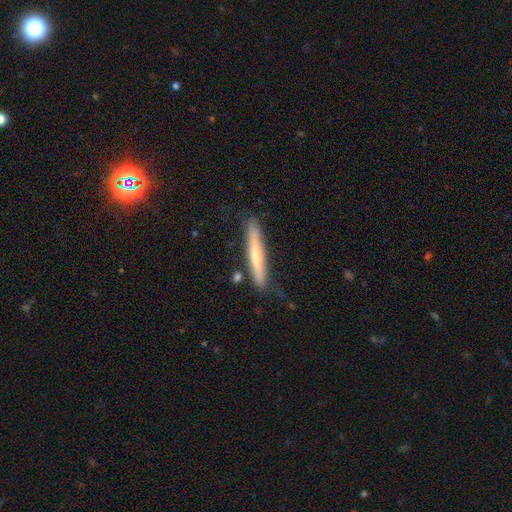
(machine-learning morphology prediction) The model was most divided on "smooth or featured": smooth: 57%, featured or disk: 37%, star or artifact: 6%. More confident: how rounded — cigar-shaped (95%); merging — none (81%).